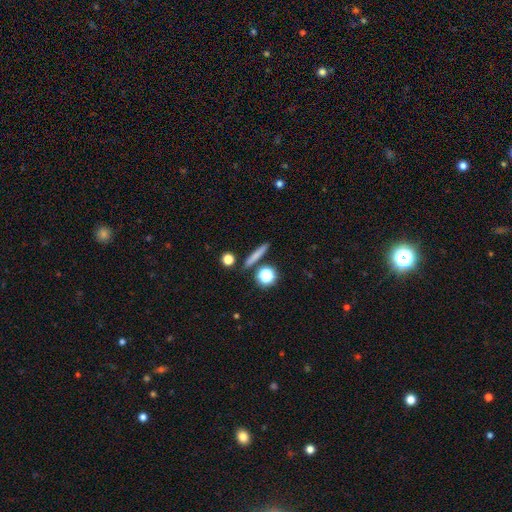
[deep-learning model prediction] Overall: smooth (70%). How rounded: cigar-shaped (75%). Merging: none (85%).